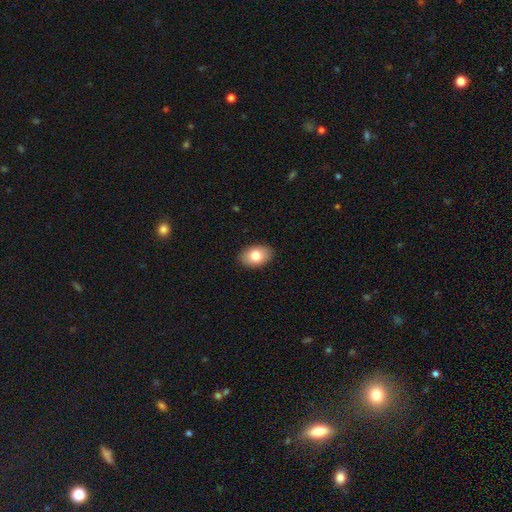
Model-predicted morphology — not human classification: smooth_or_featured: smooth (p=0.80) [alt: featured or disk p=0.13]
how_rounded: in between (p=0.84) [alt: round p=0.15]
merging: none (p=0.89) [alt: minor disturbance p=0.08]